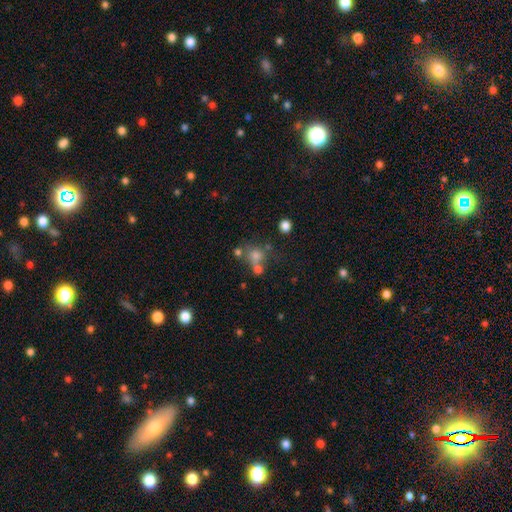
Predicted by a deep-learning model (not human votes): Q: Smooth or featured?
A: smooth (66%); runner-up: star or artifact (20%)
Q: How rounded?
A: round (77%); runner-up: in between (22%)
Q: Merging?
A: none (47%); runner-up: merger (33%)